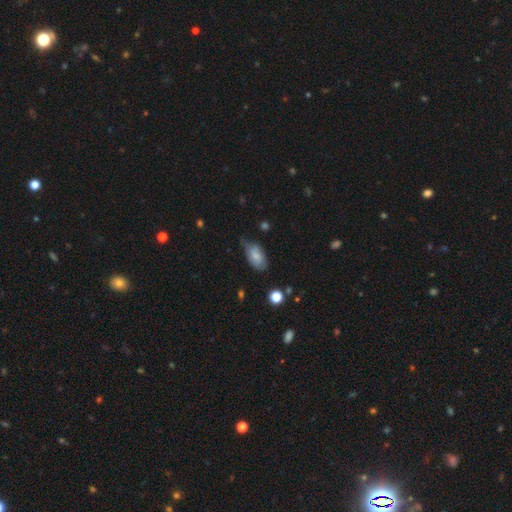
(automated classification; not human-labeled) The model was most divided on "merging": none: 43%, minor disturbance: 42%, major disturbance: 12%, merger: 3%. More confident: how rounded — in between (92%); smooth or featured — smooth (75%).